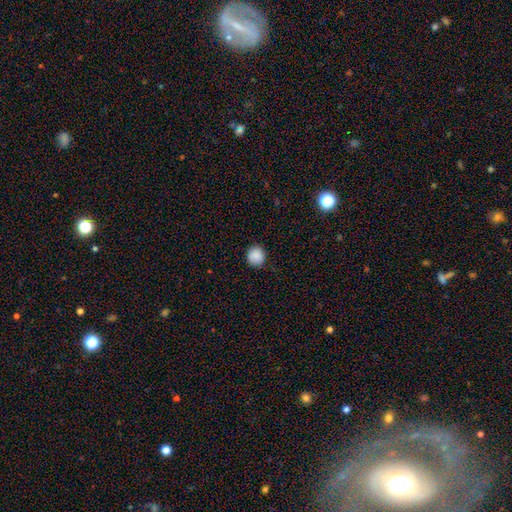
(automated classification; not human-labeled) Smooth or featured?
  - smooth: 87% *
  - star or artifact: 9%
  - featured or disk: 4%
How rounded?
  - round: 91% *
  - in between: 8%
  - cigar-shaped: 1%
Merging?
  - none: 87% *
  - minor disturbance: 10%
  - major disturbance: 2%
  - merger: 1%